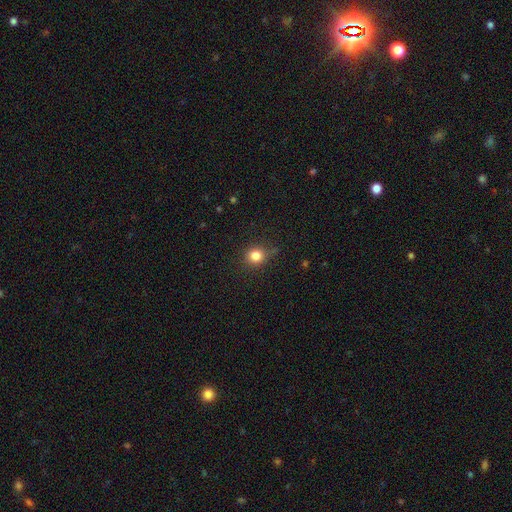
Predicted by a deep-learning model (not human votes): smooth-or-featured: smooth: 82% | star or artifact: 12% | featured or disk: 6%
  how-rounded: round: 82% | in between: 17% | cigar-shaped: 1%
  merging: none: 74% | minor disturbance: 19% | major disturbance: 5% | merger: 2%